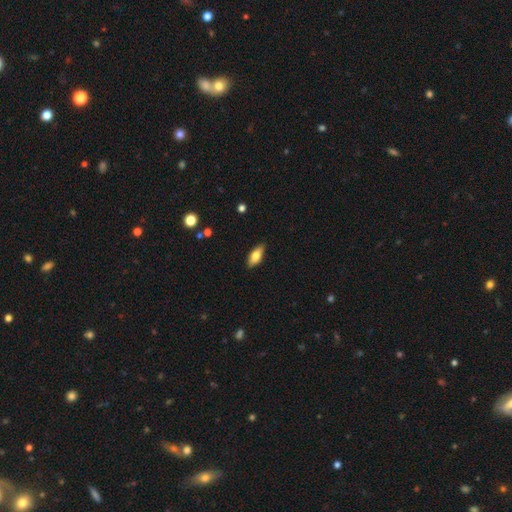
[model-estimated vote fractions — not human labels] This is likely a smooth galaxy (75%). How rounded: clearly in between (81%). Merging: clearly none (88%).